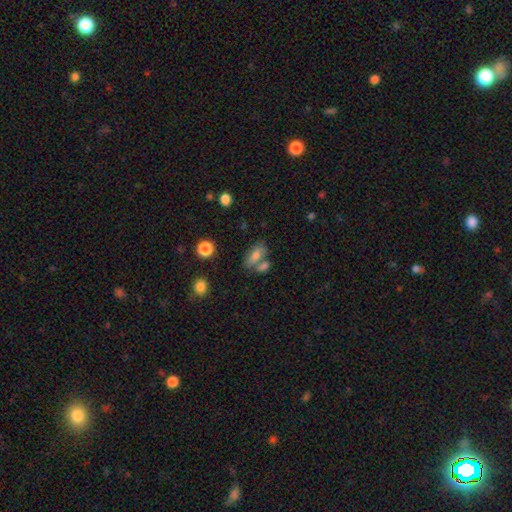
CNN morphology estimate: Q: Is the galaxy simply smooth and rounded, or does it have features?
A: smooth — 72%.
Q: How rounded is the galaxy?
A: in between — 76%.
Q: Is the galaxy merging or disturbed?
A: none — 50%.